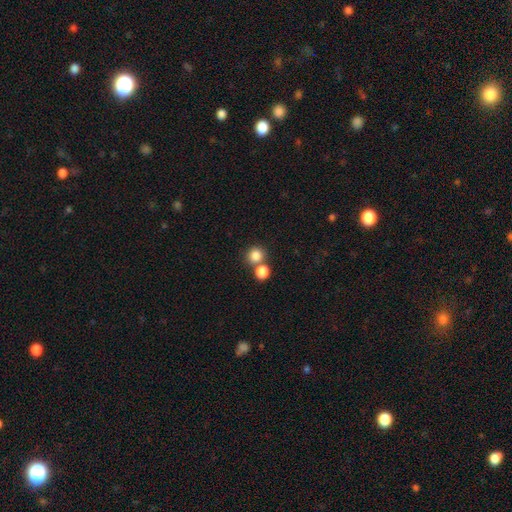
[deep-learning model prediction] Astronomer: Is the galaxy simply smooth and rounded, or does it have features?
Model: smooth — 83%.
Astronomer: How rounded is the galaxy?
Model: round — 88%.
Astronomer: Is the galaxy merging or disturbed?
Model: none — 58% (runner-up: merger, 33%).